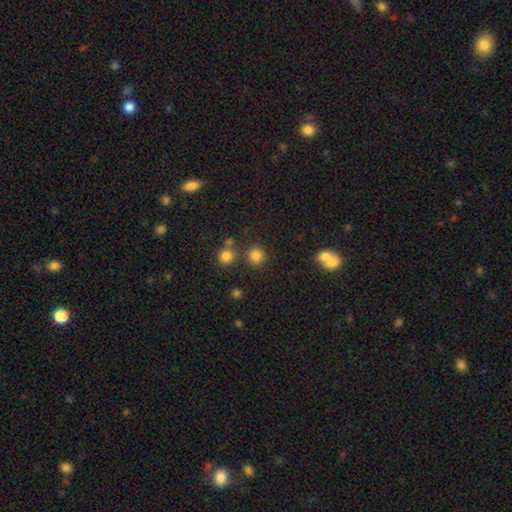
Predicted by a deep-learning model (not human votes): The model was most divided on "smooth or featured": smooth: 82%, star or artifact: 14%, featured or disk: 5%. More confident: how rounded — round (91%); merging — none (81%).